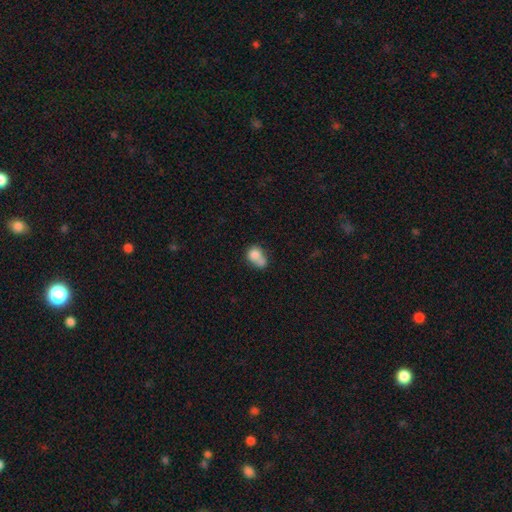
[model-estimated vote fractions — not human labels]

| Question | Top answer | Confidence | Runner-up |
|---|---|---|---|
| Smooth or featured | smooth | 76% | featured or disk (14%) |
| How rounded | round | 54% | in between (45%) |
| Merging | merger | 53% | none (27%) |